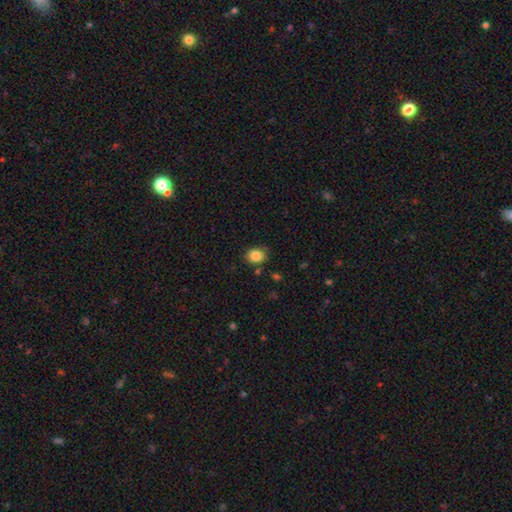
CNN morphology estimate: The model was most divided on "how rounded": round: 62%, in between: 37%, cigar-shaped: 1%. More confident: smooth or featured — smooth (86%); merging — none (78%).